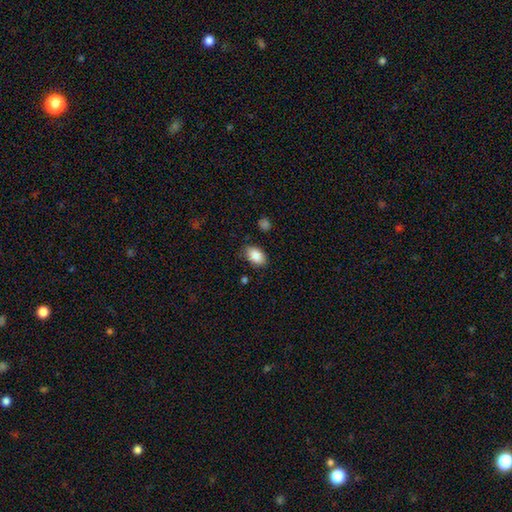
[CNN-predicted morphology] This is clearly a smooth galaxy (88%). How rounded: clearly in between (87%). Merging: clearly none (82%).